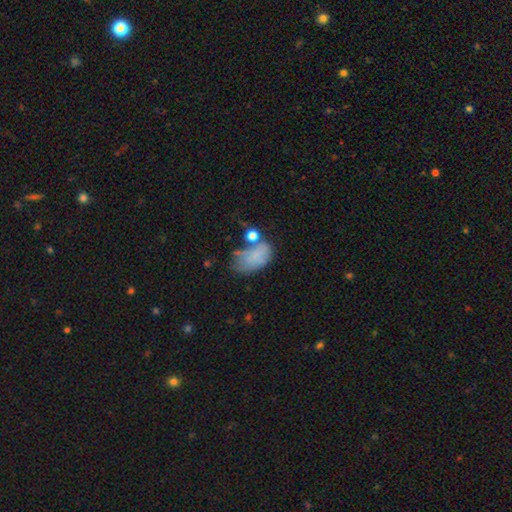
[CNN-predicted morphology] smooth 70%, featured or disk 19%, star or artifact 11%. Down the decision tree: how rounded — in between (88%); merging — none (31%).